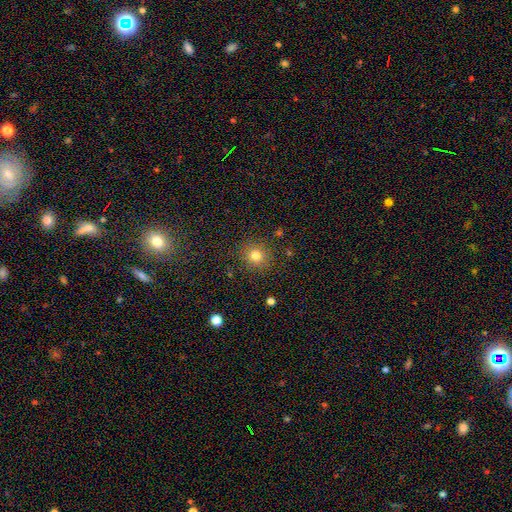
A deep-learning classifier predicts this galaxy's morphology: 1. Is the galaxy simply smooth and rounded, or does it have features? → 77% smooth, 15% star or artifact, 7% featured or disk.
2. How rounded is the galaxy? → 90% round, 9% in between, 1% cigar-shaped.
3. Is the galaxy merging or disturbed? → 88% none, 7% minor disturbance, 3% major disturbance, 2% merger.